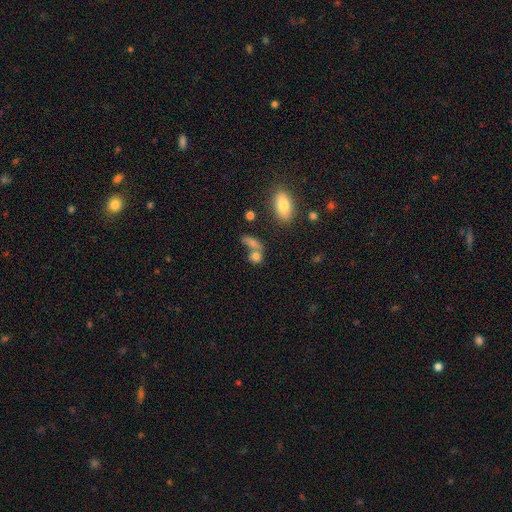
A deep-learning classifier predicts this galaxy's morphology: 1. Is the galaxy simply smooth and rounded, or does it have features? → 77% smooth, 12% star or artifact, 11% featured or disk.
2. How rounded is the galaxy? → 46% round (tied), 46% in between (tied), 7% cigar-shaped.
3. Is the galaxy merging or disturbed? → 42% none, 41% merger, 11% minor disturbance, 6% major disturbance.